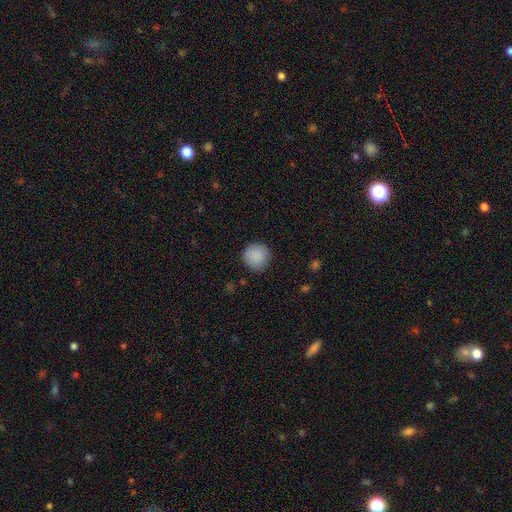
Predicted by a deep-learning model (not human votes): This appears to be a smooth galaxy with no disk features (89%) that is round (94%). Merging: none (87%).